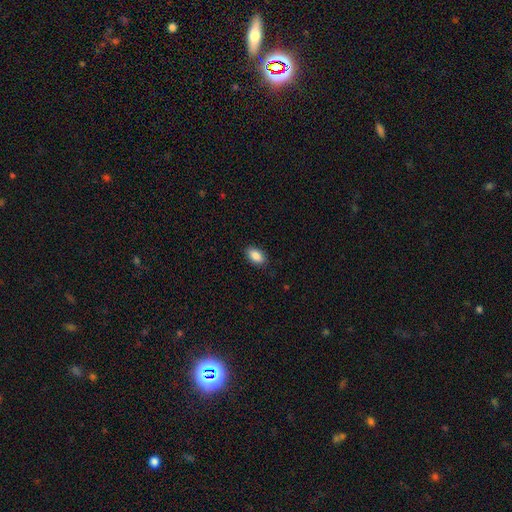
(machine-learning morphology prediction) Smooth or featured? Predicted: smooth (p=0.88). How rounded? Predicted: in between (p=0.92). Merging? Predicted: none (p=0.88).